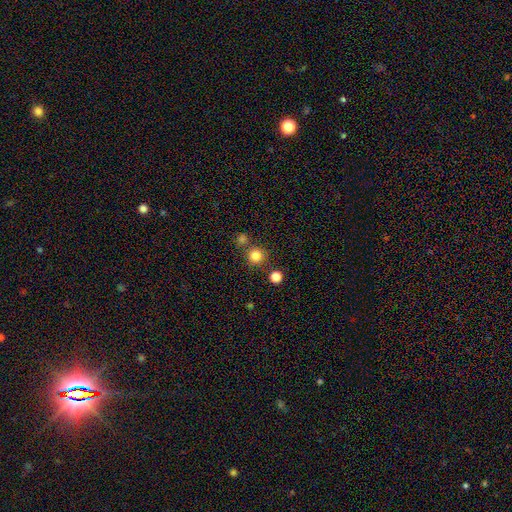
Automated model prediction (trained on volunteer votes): Smooth or featured? Predicted: smooth (p=0.82). How rounded? Predicted: round (p=0.95). Merging? Predicted: none (p=0.79).